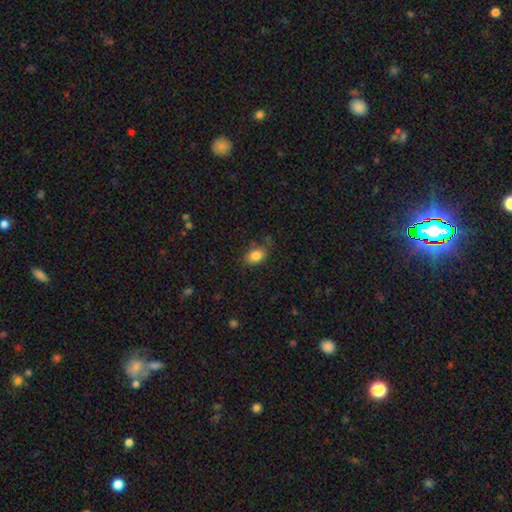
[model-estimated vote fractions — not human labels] smooth_or_featured: smooth (p=0.83) [alt: star or artifact p=0.09]
how_rounded: in between (p=0.79) [alt: round p=0.19]
merging: none (p=0.72) [alt: minor disturbance p=0.19]